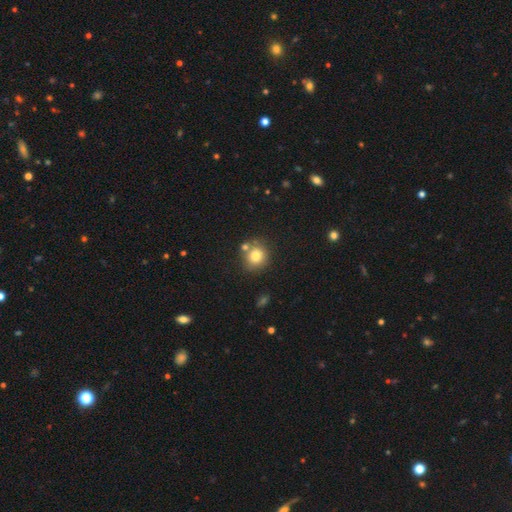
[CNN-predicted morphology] Smooth or featured: smooth — 79% (star or artifact — 11%)
How rounded: round — 85% (in between — 14%)
Merging: none — 71% (merger — 15%)